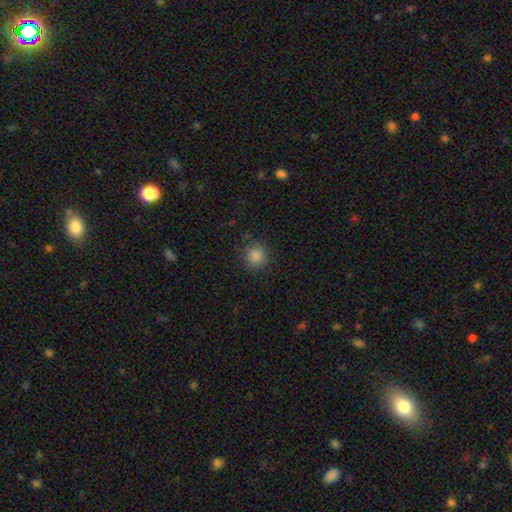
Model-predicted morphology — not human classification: Overall: smooth (84%). How rounded: round (93%). Merging: none (87%).